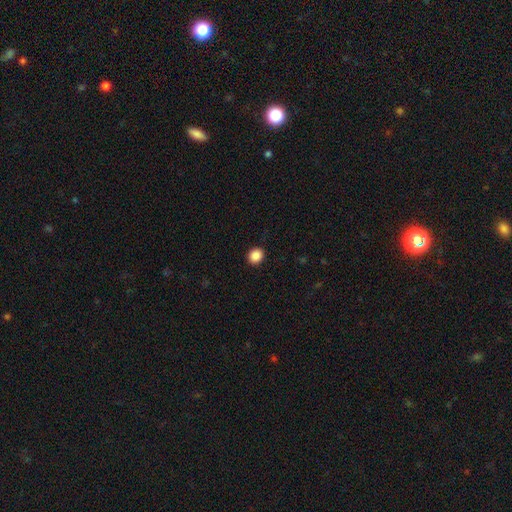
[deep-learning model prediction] A smooth galaxy with no disk features (88%) that is round (82%).

Vote fractions:
- Smooth or featured? smooth: 88% / star or artifact: 9% / featured or disk: 3%
- How rounded? round: 82% / in between: 17% / cigar-shaped: 1%
- Merging? none: 93% / minor disturbance: 5% / major disturbance: 2% / merger: 1%